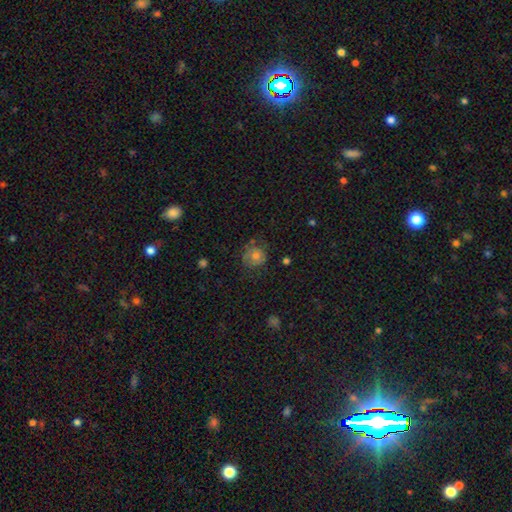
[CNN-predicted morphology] smooth 65%, featured or disk 23%, star or artifact 12%. Down the decision tree: how rounded — round (83%); merging — none (64%).